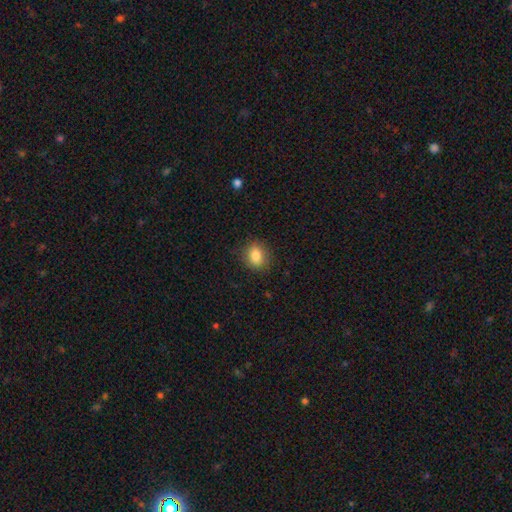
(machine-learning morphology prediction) This appears to be a smooth galaxy with no disk features (84%) that is in between round and cigar-shaped (51%). Merging: none (85%).